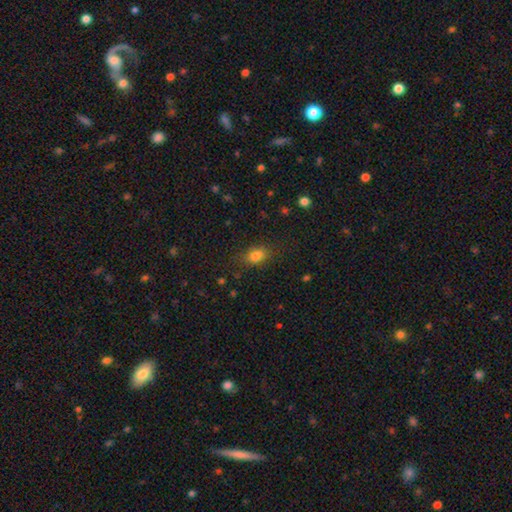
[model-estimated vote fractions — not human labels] smooth 77%, star or artifact 14%, featured or disk 9%. Down the decision tree: how rounded — in between (72%); merging — none (73%).